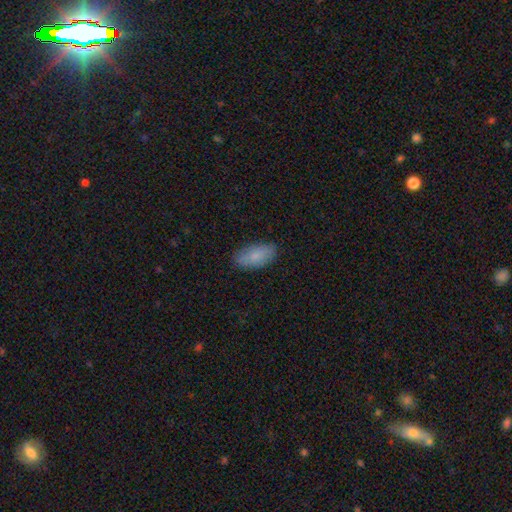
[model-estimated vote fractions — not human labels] This is clearly a smooth galaxy (84%). How rounded: clearly in between (91%). Merging: clearly none (84%).